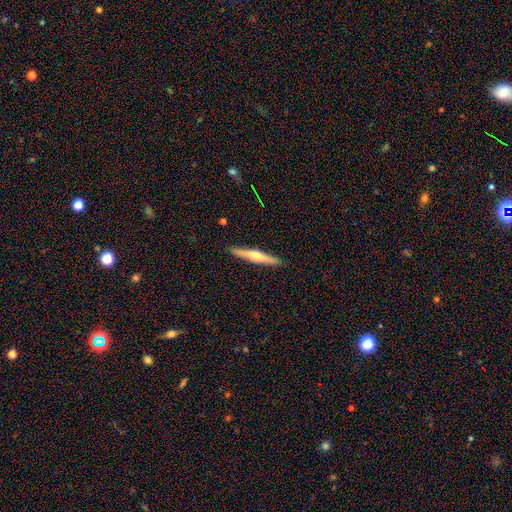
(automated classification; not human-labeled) Morphology: type=featured or disk (61%); edge-on=yes (97%); edge-on bulge=rounded (86%); merging=none (91%).